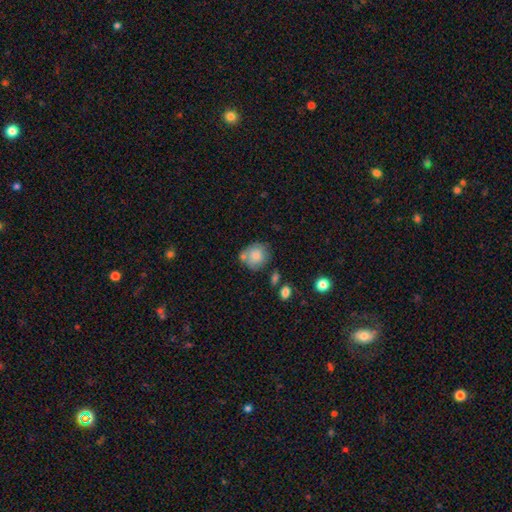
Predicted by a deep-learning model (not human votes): The model was most divided on "merging": none: 57%, minor disturbance: 20%, merger: 17%, major disturbance: 6%. More confident: how rounded — round (80%); smooth or featured — smooth (78%).